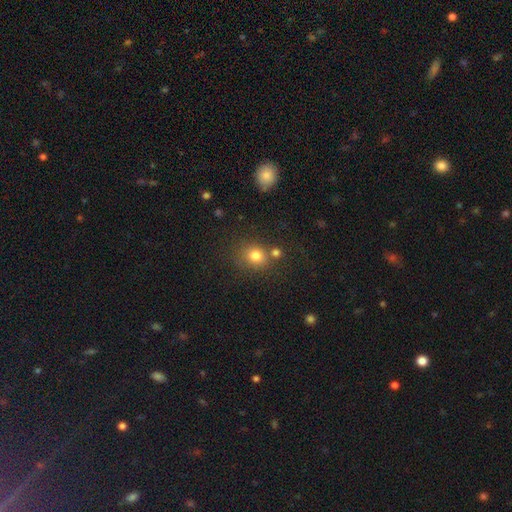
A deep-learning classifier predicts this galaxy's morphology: This appears to be a smooth galaxy with no disk features (78%) that is round (75%). Merging: none (65%).